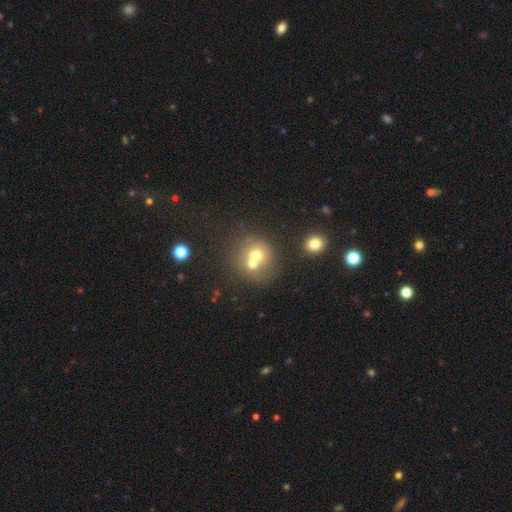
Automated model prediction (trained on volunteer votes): Morphology: type=smooth (63%); roundness=round (84%); merging=merger (52%).